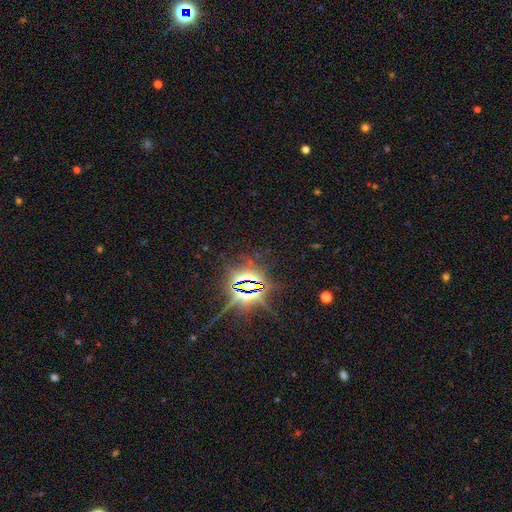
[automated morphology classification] This is clearly a star or artifact rather than a galaxy (86%).